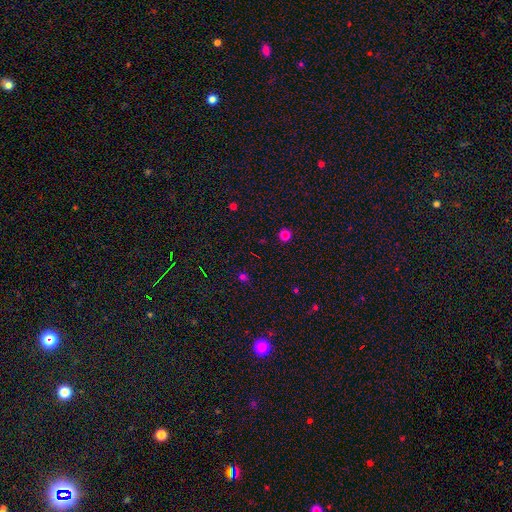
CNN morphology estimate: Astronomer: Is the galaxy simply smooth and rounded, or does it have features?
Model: smooth — 49% (runner-up: star or artifact, 44%).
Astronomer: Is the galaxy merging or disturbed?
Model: none — 86%.